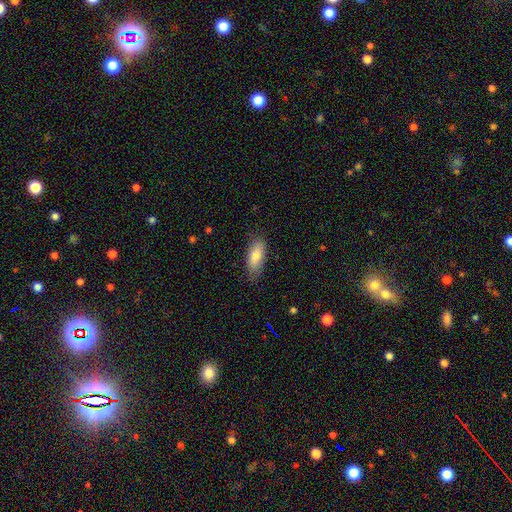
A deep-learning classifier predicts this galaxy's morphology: Q: Smooth or featured?
A: smooth (78%); runner-up: featured or disk (16%)
Q: How rounded?
A: in between (79%); runner-up: cigar-shaped (19%)
Q: Merging?
A: none (80%); runner-up: minor disturbance (16%)